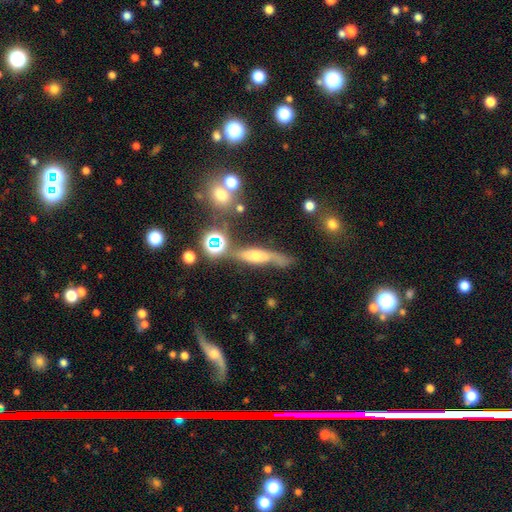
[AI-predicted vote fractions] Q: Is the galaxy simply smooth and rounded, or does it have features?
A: featured or disk — 49%.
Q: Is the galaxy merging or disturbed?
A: none — 47%.